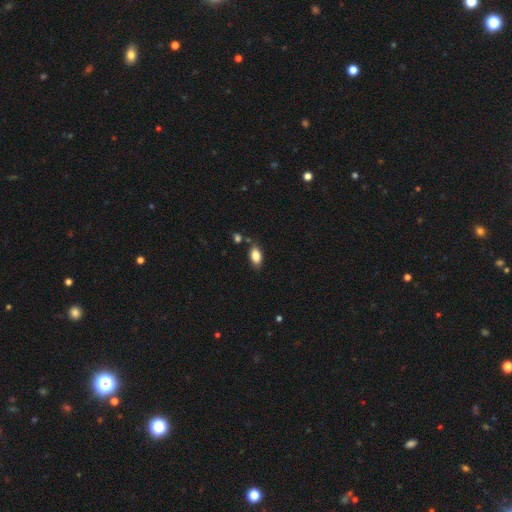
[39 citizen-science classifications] Smooth or featured? 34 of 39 (87%) said smooth. How rounded? 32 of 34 (94%) said in between. Merging? 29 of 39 (74%) said none.